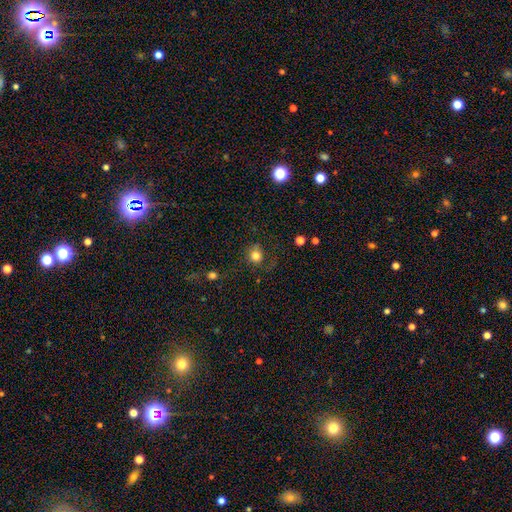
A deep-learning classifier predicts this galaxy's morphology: type=smooth (78%); roundness=round (82%); merging=none (61%).